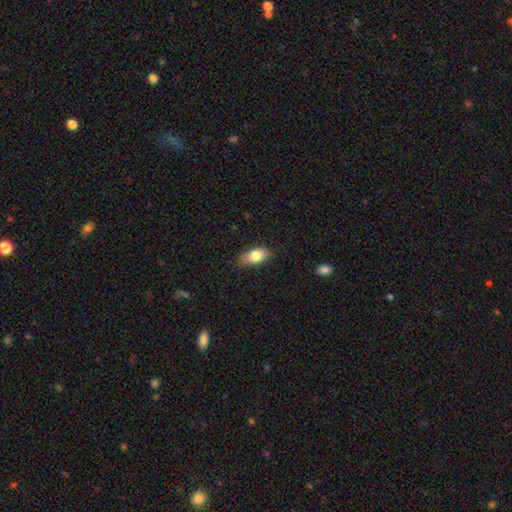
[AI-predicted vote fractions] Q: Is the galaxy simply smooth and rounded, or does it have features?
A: smooth — 80%.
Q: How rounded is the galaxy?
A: in between — 88%.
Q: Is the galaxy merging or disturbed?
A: none — 80%.